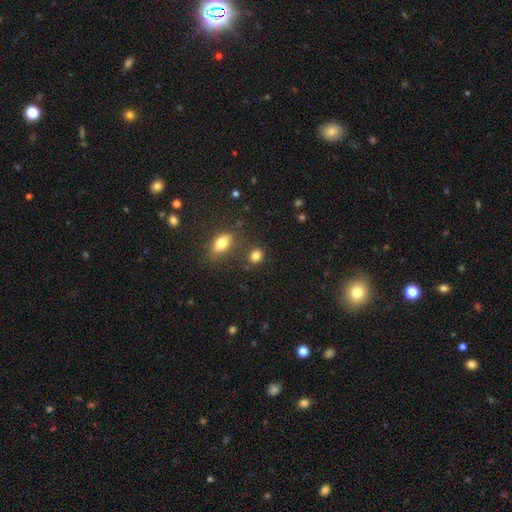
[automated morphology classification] A smooth galaxy with no disk features (83%) that is round (68%). Merging: none (77%).